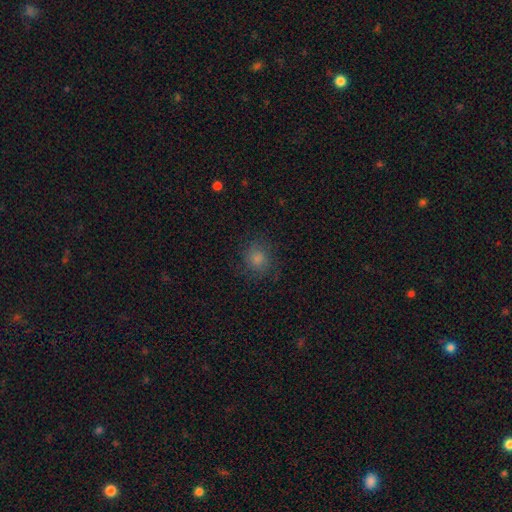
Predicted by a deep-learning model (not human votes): Smooth or featured? smooth (65%)
How rounded? round (85%)
Merging? none (82%)